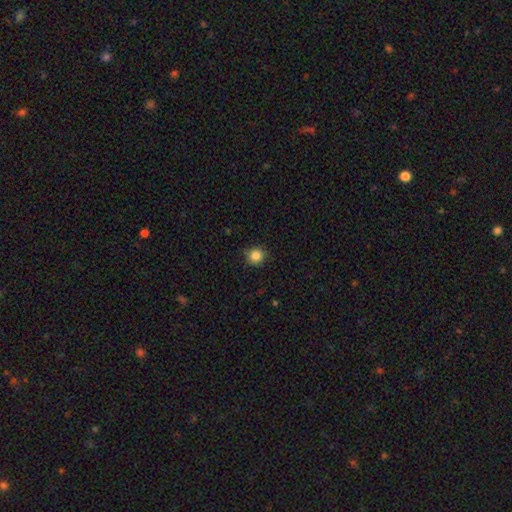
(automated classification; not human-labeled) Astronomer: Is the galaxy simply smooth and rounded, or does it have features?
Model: smooth — 85%.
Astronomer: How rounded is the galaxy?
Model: round — 92%.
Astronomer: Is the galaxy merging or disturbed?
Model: none — 86%.